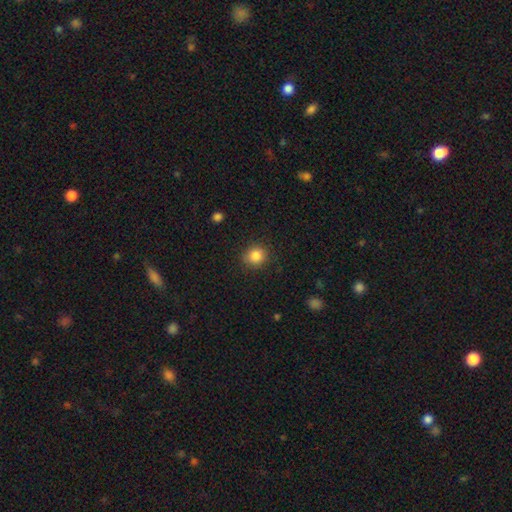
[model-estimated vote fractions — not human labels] smooth-or-featured: smooth: 85% | star or artifact: 10% | featured or disk: 4%
  how-rounded: round: 84% | in between: 15% | cigar-shaped: 1%
  merging: none: 87% | minor disturbance: 9% | major disturbance: 3% | merger: 1%